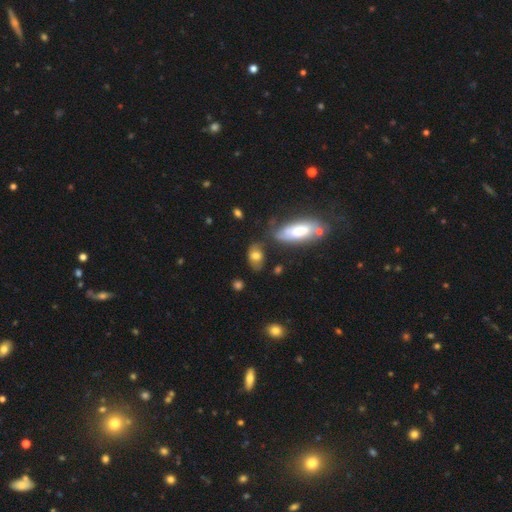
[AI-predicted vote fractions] This appears to be a smooth galaxy with no disk features (68%) that is in between round and cigar-shaped (82%). Merging: none (54%).